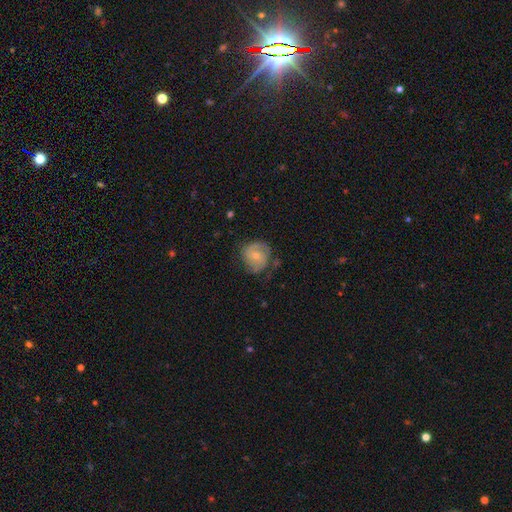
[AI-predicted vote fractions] Smooth or featured? Predicted: featured or disk (p=0.58). Edge-on disk? Predicted: no (p=0.98). Bar? Predicted: no (p=0.68). Spiral arms? Predicted: yes (p=0.84). Bulge size? Predicted: small (p=0.54). Merging? Predicted: none (p=0.62).